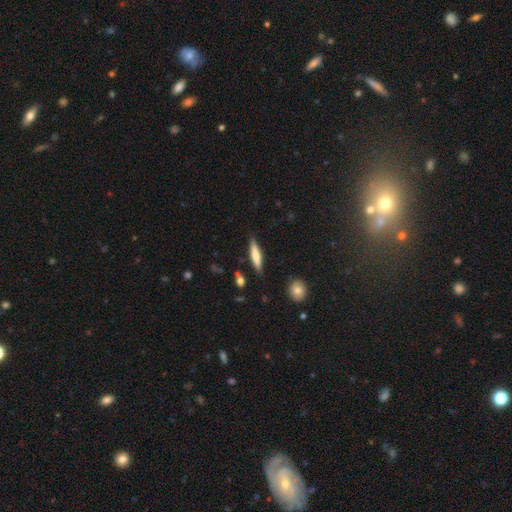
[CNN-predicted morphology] The model was most divided on "smooth or featured": smooth: 67%, featured or disk: 27%, star or artifact: 6%. More confident: merging — none (84%); how rounded — cigar-shaped (82%).